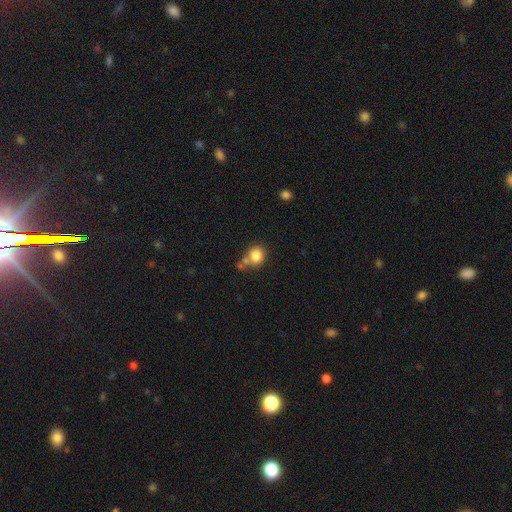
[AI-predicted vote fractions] Smooth or featured? Predicted: smooth (p=0.82). How rounded? Predicted: round (p=0.76). Merging? Predicted: none (p=0.54).